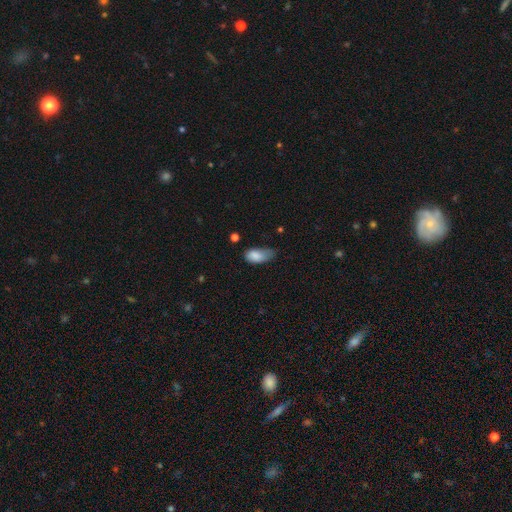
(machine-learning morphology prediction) type=smooth (84%); roundness=in between (91%); merging=minor disturbance (48%).